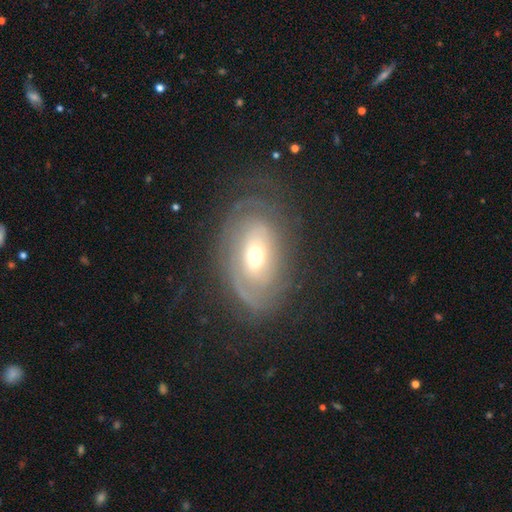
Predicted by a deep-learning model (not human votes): Smooth or featured? featured or disk (69%)
Edge-on disk? no (93%)
Bar? no (68%)
Spiral arms? yes (70%)
Bulge size? moderate (69%)
Merging? none (63%)